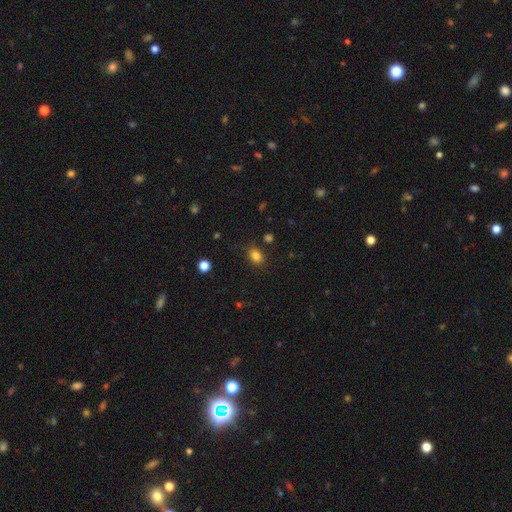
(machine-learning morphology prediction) type=smooth (82%); roundness=in between (59%); merging=none (83%).